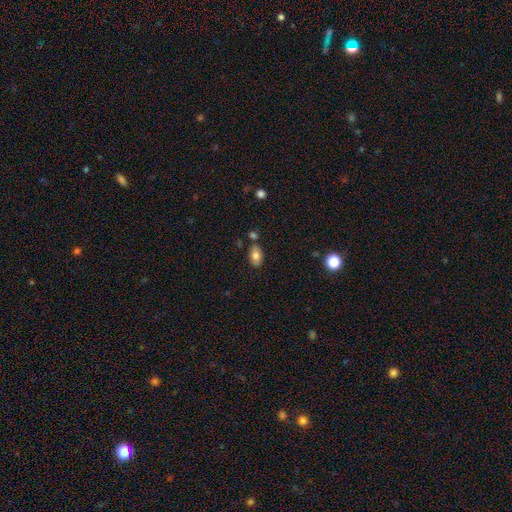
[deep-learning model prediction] Q: Smooth or featured?
A: smooth (77%); runner-up: featured or disk (15%)
Q: How rounded?
A: in between (90%); runner-up: round (8%)
Q: Merging?
A: none (74%); runner-up: minor disturbance (13%)